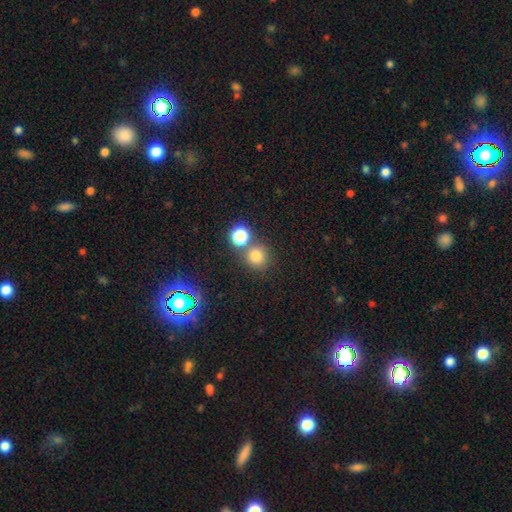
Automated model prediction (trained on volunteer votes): Smooth or featured: smooth — 75% (star or artifact — 18%)
How rounded: round — 90% (in between — 9%)
Merging: none — 70% (merger — 19%)